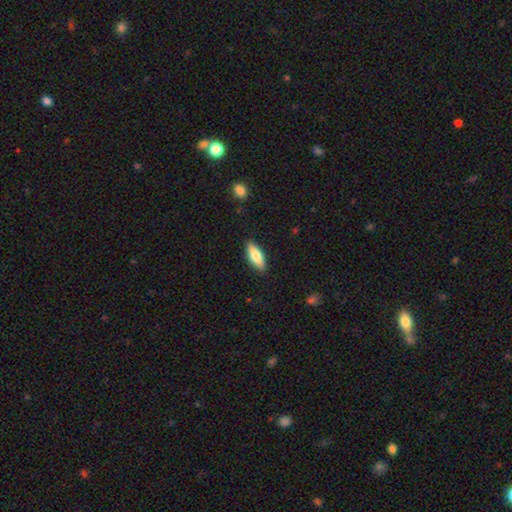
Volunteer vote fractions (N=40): Smooth or featured?
  - smooth: 65% *
  - featured or disk: 28%
  - star or artifact: 8%
How rounded?
  - cigar-shaped: 50% *
  - in between: 46%
  - round: 4%
Merging?
  - none: 73% *
  - minor disturbance: 19%
  - major disturbance: 5%
  - merger: 3%